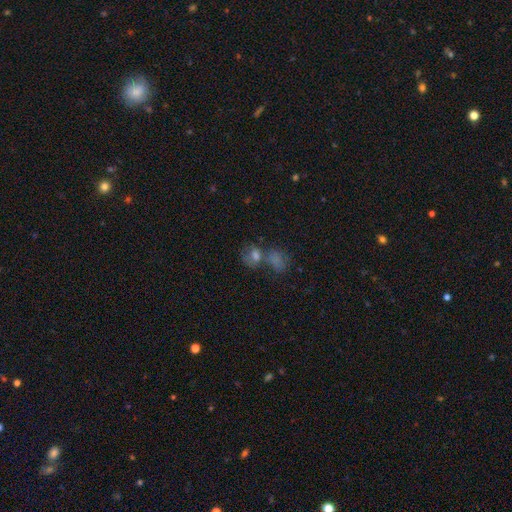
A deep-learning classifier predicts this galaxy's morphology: smooth 54%, star or artifact 23%, featured or disk 22%. Down the decision tree: how rounded — in between (51%); merging — merger (44%).